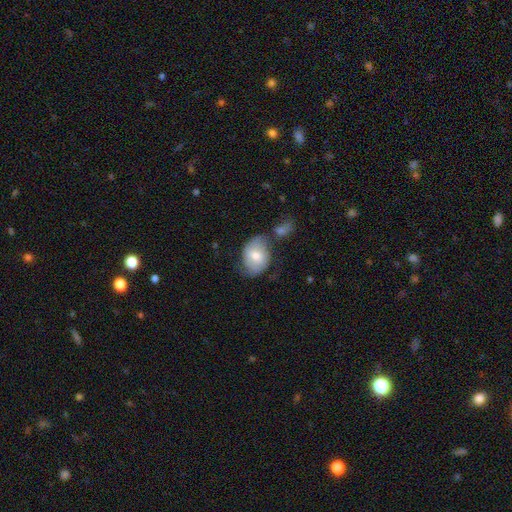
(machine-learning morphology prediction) Overall: smooth (59%; featured or disk 35%). How rounded: in between (71%). Merging: none (48%; minor disturbance 25%).